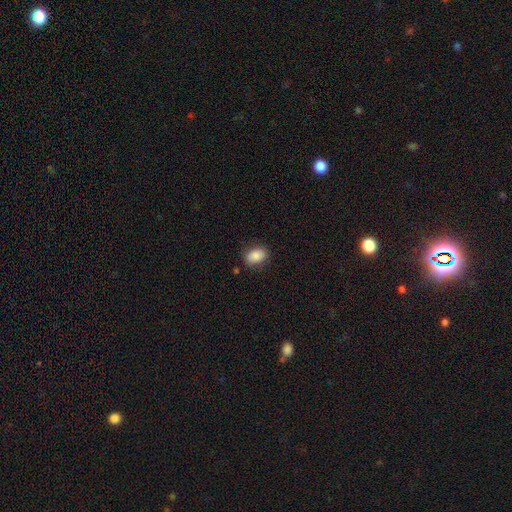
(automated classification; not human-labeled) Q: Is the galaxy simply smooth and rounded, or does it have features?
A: smooth — 86%.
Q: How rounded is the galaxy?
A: in between — 83%.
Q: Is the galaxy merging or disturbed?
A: none — 84%.